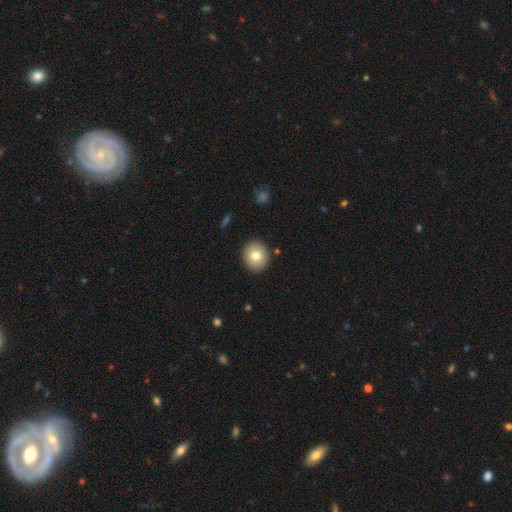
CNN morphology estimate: This appears to be a smooth galaxy with no disk features (77%) that is round (85%). Merging: none (90%).